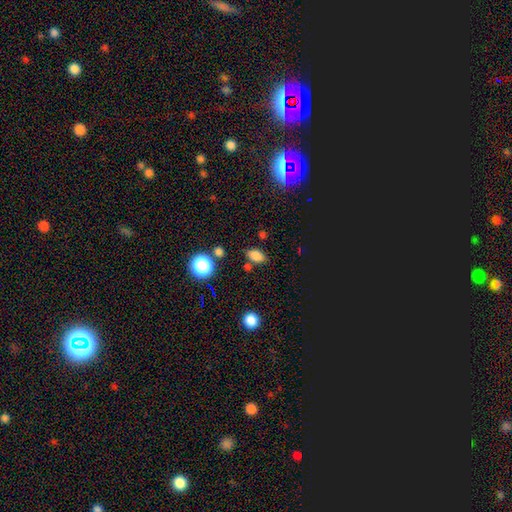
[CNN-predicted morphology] Smooth or featured? Predicted: smooth (p=0.80). How rounded? Predicted: in between (p=0.83). Merging? Predicted: none (p=0.76).